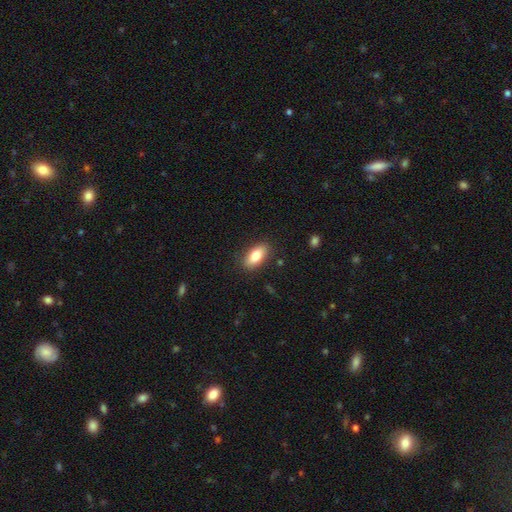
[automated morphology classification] Q: Smooth or featured?
A: smooth (80%); runner-up: featured or disk (13%)
Q: How rounded?
A: in between (88%); runner-up: cigar-shaped (8%)
Q: Merging?
A: none (86%); runner-up: minor disturbance (10%)